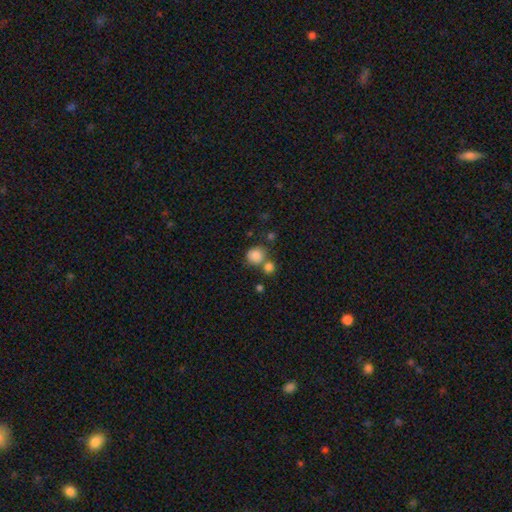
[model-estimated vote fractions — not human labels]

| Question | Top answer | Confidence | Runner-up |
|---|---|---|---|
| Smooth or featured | smooth | 85% | star or artifact (10%) |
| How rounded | round | 85% | in between (14%) |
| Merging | none | 59% | merger (27%) |